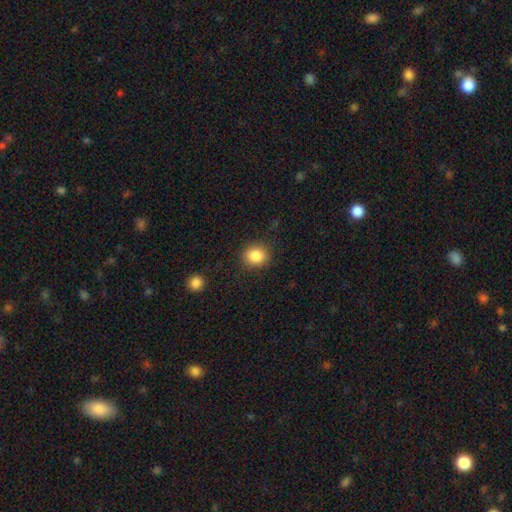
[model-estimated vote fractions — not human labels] Overall: smooth (86%). How rounded: round (80%). Merging: none (87%).